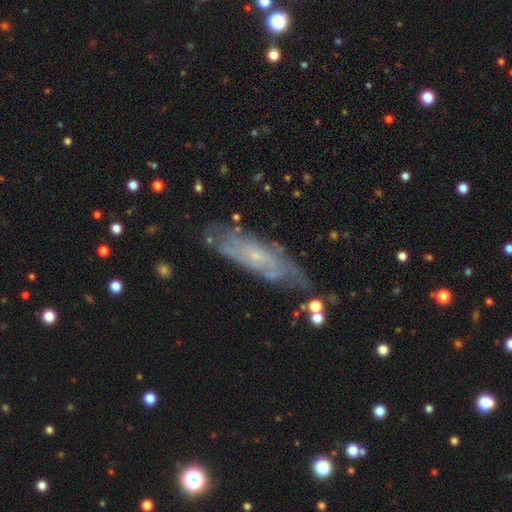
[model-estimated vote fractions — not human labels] This appears to be a featured or disk galaxy (73%) with no bar (74%), spiral arms (84%) and a small central bulge (80%). Merging: none (65%).